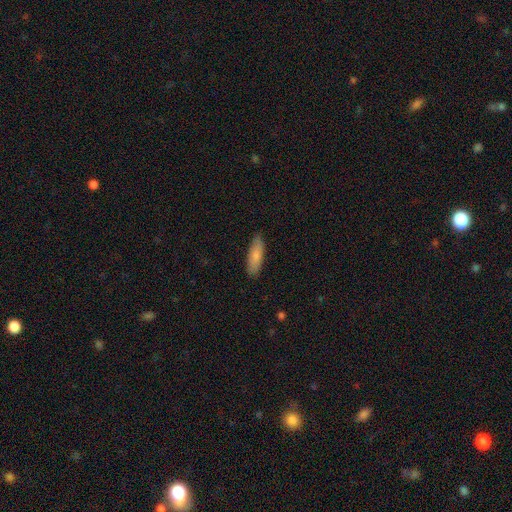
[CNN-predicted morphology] smooth 82%, featured or disk 13%, star or artifact 5%. Down the decision tree: how rounded — in between (52%); merging — none (86%).